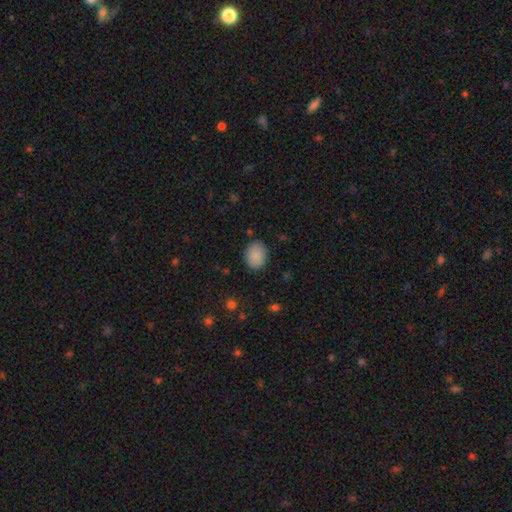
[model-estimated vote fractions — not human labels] Morphology: type=smooth (87%); roundness=in between (63%); merging=none (85%).